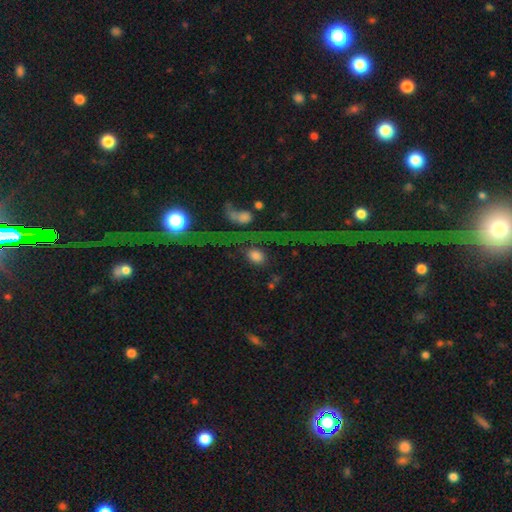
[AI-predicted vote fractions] smooth-or-featured: smooth: 69% | star or artifact: 16% | featured or disk: 15%
  how-rounded: in between: 51% | round: 44% | cigar-shaped: 5%
  merging: none: 56% | major disturbance: 16% | merger: 15% | minor disturbance: 13%